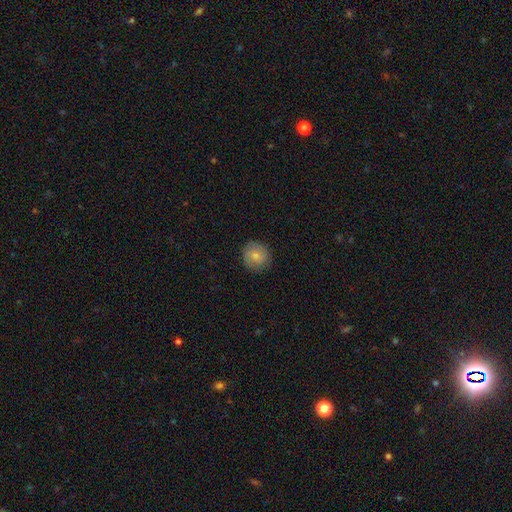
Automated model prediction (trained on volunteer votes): Smooth or featured? Predicted: smooth (p=0.74). How rounded? Predicted: round (p=0.89). Merging? Predicted: none (p=0.86).